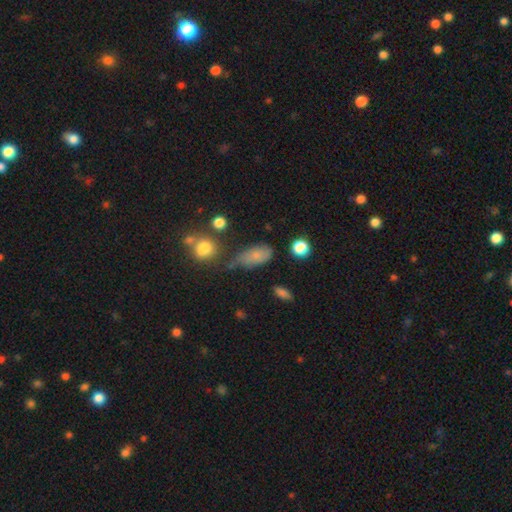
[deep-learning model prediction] A smooth galaxy with no disk features (75%) that is in between round and cigar-shaped (85%).

Vote fractions:
- Smooth or featured? smooth: 75% / featured or disk: 13% / star or artifact: 12%
- How rounded? in between: 85% / round: 8% / cigar-shaped: 7%
- Merging? none: 43% / minor disturbance: 34% / major disturbance: 15% / merger: 9%